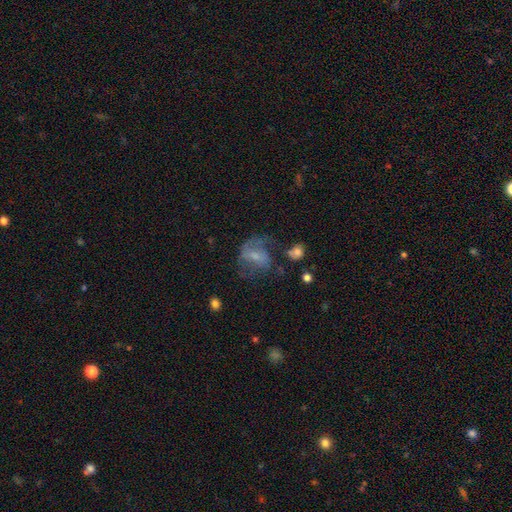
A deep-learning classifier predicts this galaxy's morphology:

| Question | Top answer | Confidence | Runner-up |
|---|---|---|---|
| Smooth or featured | featured or disk | 53% | smooth (36%) |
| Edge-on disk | no | 97% | yes (3%) |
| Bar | weak | 43% | tied: no (43%) |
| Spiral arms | yes | 63% | no (37%) |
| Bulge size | small | 43% | moderate (32%) |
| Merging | major disturbance | 37% | none (35%) |